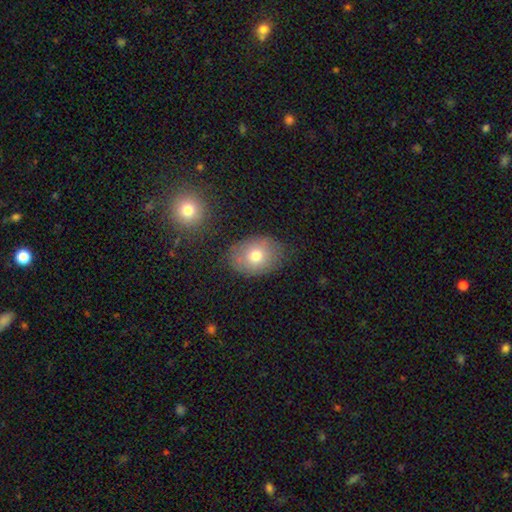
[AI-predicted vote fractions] Smooth or featured? Predicted: smooth (p=0.72). How rounded? Predicted: in between (p=0.66). Merging? Predicted: none (p=0.78).